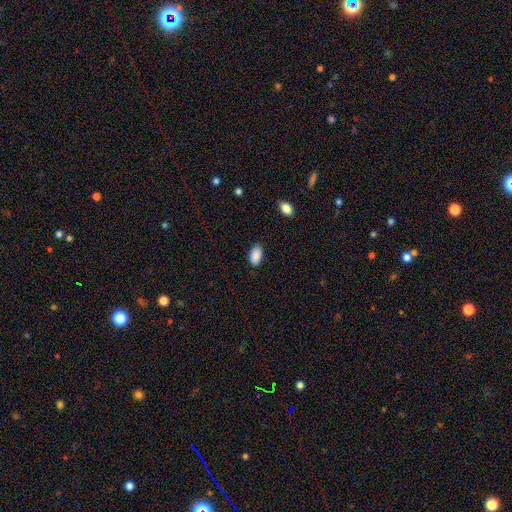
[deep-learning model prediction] smooth-or-featured: smooth: 89% | star or artifact: 7% | featured or disk: 4%
  how-rounded: in between: 94% | round: 4% | cigar-shaped: 2%
  merging: none: 83% | minor disturbance: 13% | major disturbance: 2% | merger: 1%